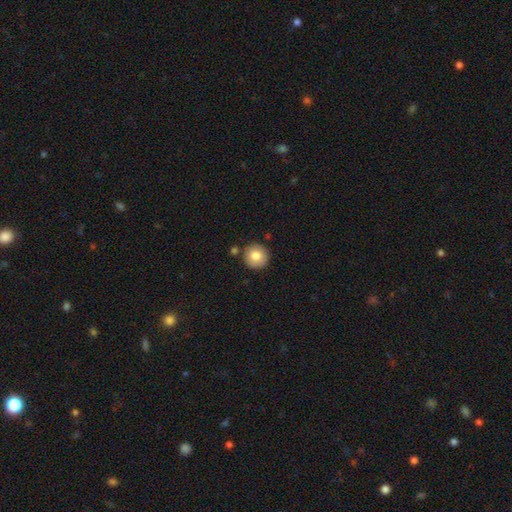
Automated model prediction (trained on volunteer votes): Q: Smooth or featured?
A: smooth (81%); runner-up: featured or disk (10%)
Q: How rounded?
A: round (94%); runner-up: in between (5%)
Q: Merging?
A: none (84%); runner-up: minor disturbance (8%)